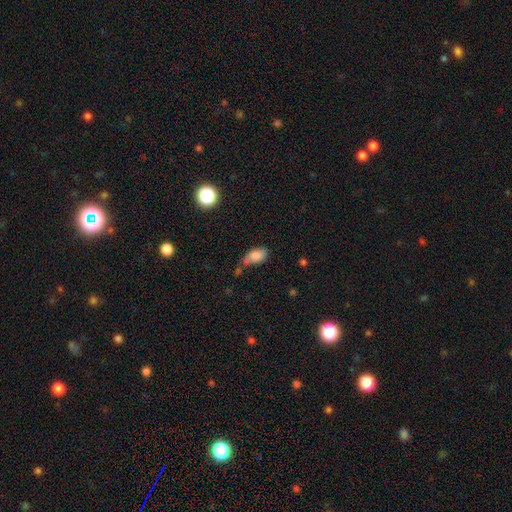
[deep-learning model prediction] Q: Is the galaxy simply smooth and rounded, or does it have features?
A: smooth — 80%.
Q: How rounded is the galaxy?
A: in between — 90%.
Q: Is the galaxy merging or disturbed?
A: none — 42%.